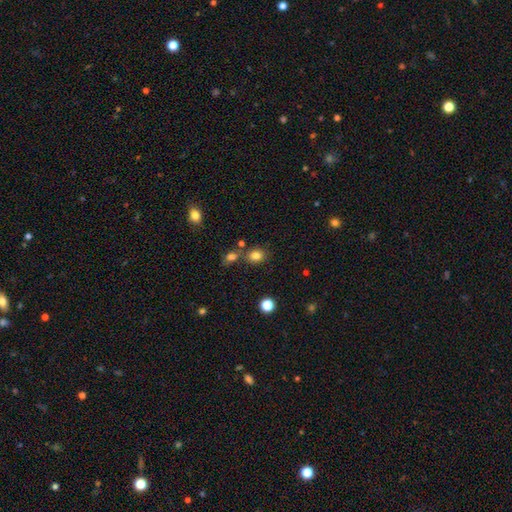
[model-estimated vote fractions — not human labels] Smooth or featured: smooth — 82% (star or artifact — 12%)
How rounded: in between — 50% (round — 49%)
Merging: none — 70% (merger — 15%)